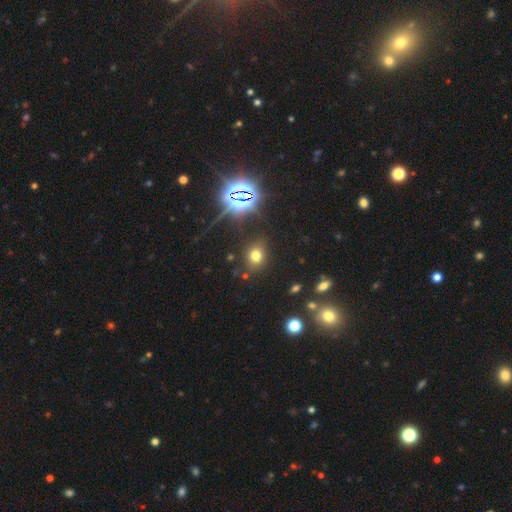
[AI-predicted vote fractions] Q: Smooth or featured?
A: smooth (67%); runner-up: star or artifact (25%)
Q: How rounded?
A: round (63%); runner-up: in between (36%)
Q: Merging?
A: none (83%); runner-up: minor disturbance (10%)